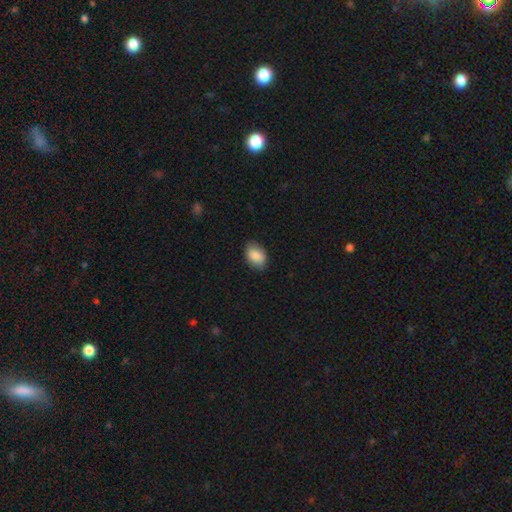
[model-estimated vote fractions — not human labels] This is clearly a smooth galaxy (88%). How rounded: clearly in between (82%). Merging: clearly none (83%).